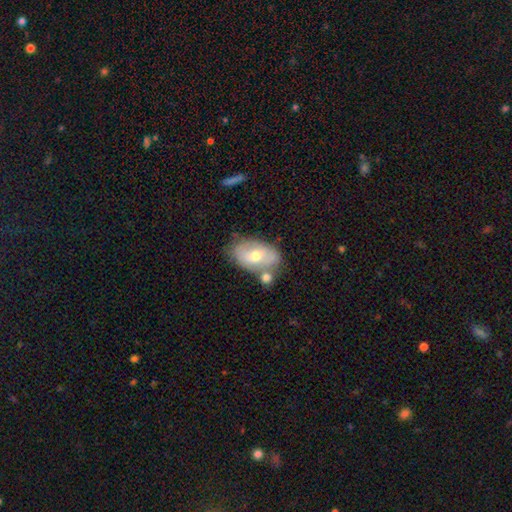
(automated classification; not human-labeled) This is possibly a smooth galaxy (51%). How rounded: clearly in between (89%). Merging: possibly none (55%).